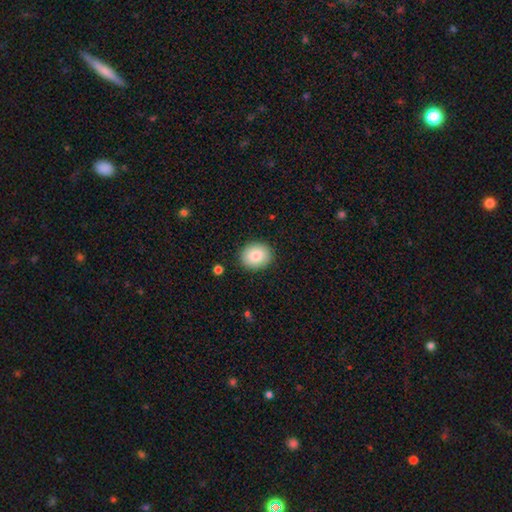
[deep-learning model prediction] Morphology: type=smooth (85%); roundness=round (64%); merging=none (89%).